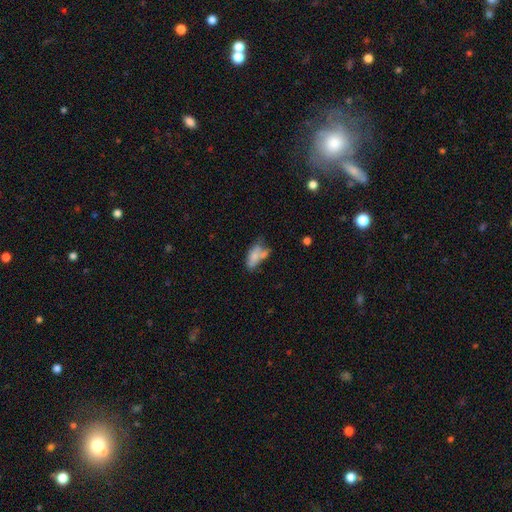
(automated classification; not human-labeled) smooth_or_featured: smooth (p=0.68) [alt: featured or disk p=0.24]
how_rounded: in between (p=0.83) [alt: cigar-shaped p=0.13]
merging: merger (p=0.35) [alt: none p=0.30]